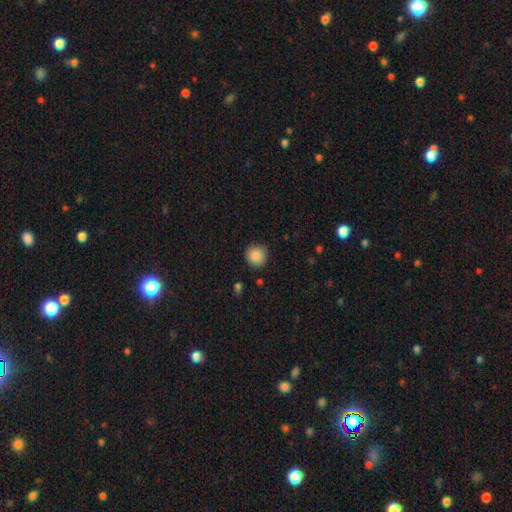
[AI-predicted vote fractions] Smooth or featured: smooth — 88% (star or artifact — 9%)
How rounded: round — 93% (in between — 6%)
Merging: none — 88% (minor disturbance — 9%)